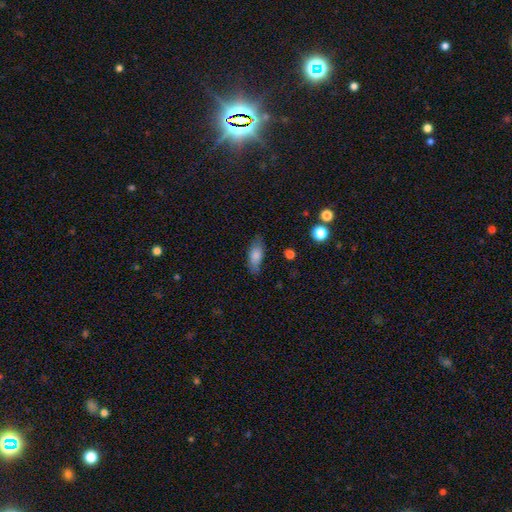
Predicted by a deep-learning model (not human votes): smooth_or_featured: smooth (p=0.80) [alt: featured or disk p=0.12]
how_rounded: in between (p=0.77) [alt: cigar-shaped p=0.20]
merging: none (p=0.73) [alt: minor disturbance p=0.20]